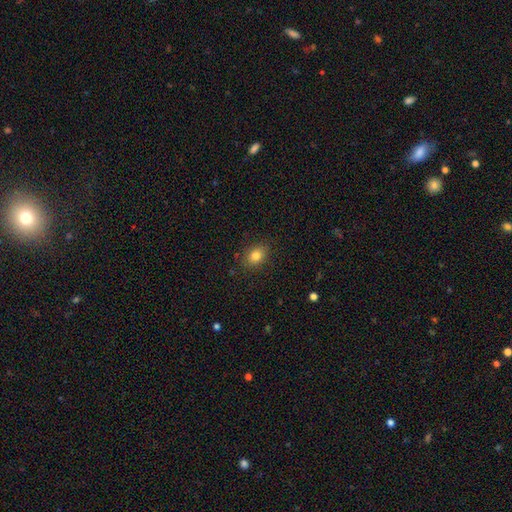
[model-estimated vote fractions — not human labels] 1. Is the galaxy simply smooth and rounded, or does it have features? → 82% smooth, 10% star or artifact, 8% featured or disk.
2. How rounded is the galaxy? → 69% in between, 30% round, 1% cigar-shaped.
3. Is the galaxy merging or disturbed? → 86% none, 10% minor disturbance, 3% major disturbance, 1% merger.